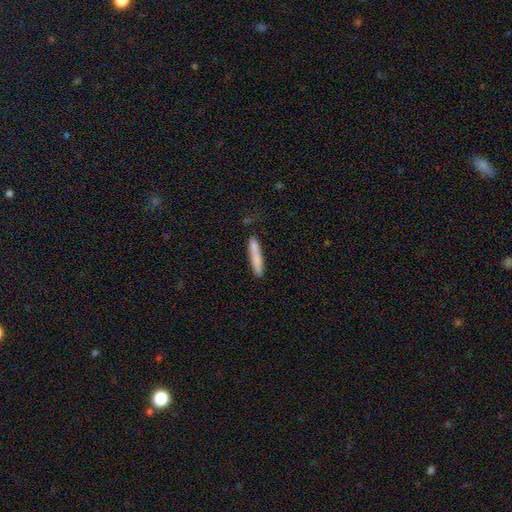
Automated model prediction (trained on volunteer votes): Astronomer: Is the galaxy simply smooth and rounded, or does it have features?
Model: smooth — 77%.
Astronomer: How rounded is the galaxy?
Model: cigar-shaped — 92%.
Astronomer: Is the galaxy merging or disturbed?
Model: none — 78%.